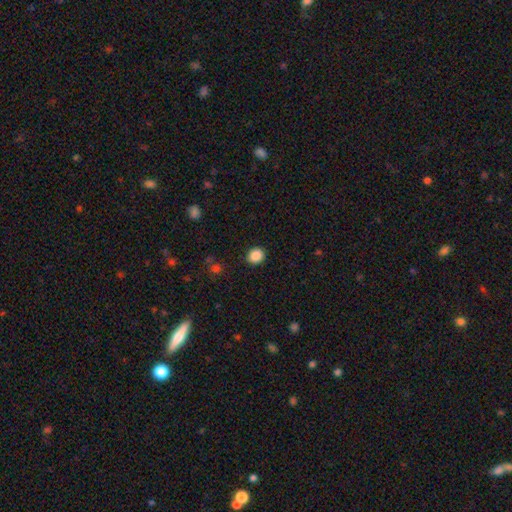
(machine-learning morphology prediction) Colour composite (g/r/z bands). It shows a smooth galaxy with no disk features (88%) that is round (81%). Merging: none (91%).